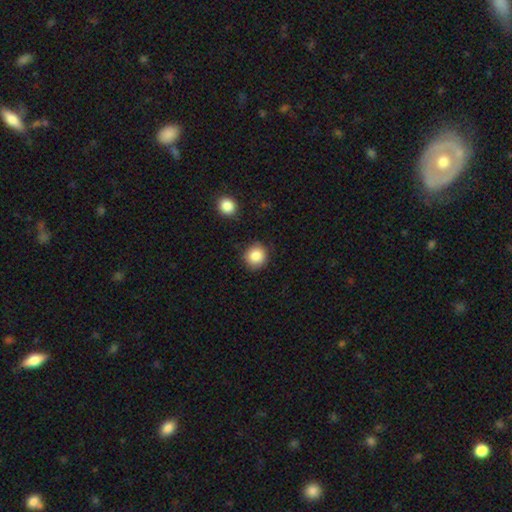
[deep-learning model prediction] Q: Smooth or featured?
A: smooth (86%); runner-up: star or artifact (9%)
Q: How rounded?
A: round (90%); runner-up: in between (9%)
Q: Merging?
A: none (86%); runner-up: minor disturbance (9%)